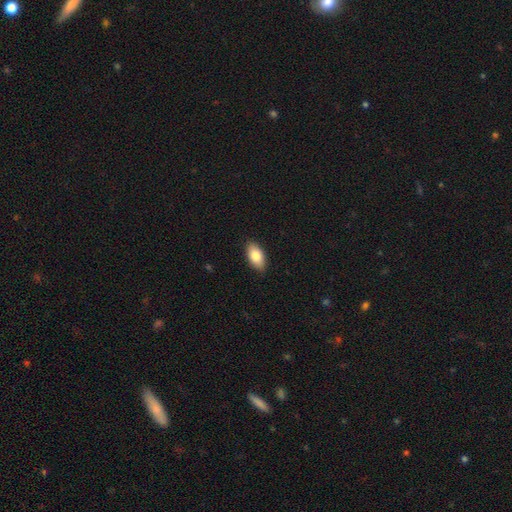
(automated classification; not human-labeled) smooth_or_featured: smooth (p=0.81) [alt: featured or disk p=0.13]
how_rounded: in between (p=0.92) [alt: round p=0.04]
merging: none (p=0.89) [alt: minor disturbance p=0.09]